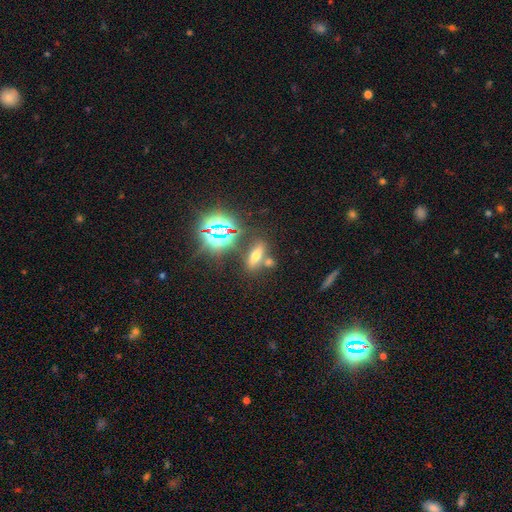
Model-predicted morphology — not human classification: A smooth galaxy with no disk features (48%).

Vote fractions:
- Smooth or featured? smooth: 48% / star or artifact: 33% / featured or disk: 19%
- Merging? none: 67% / merger: 16% / minor disturbance: 12% / major disturbance: 5%